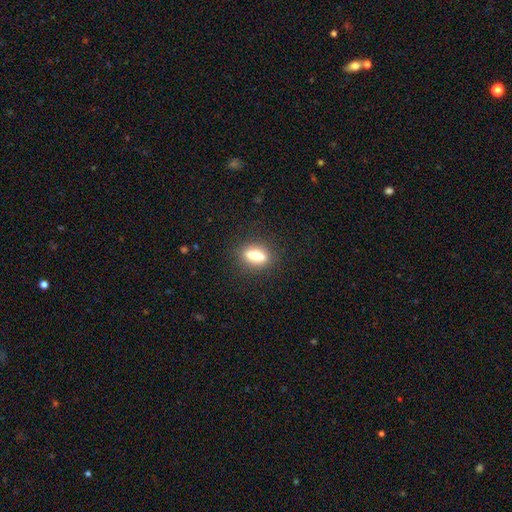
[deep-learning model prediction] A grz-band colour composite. It shows a smooth galaxy with no disk features (65%) that is cigar-shaped (48%). Merging: none (86%).